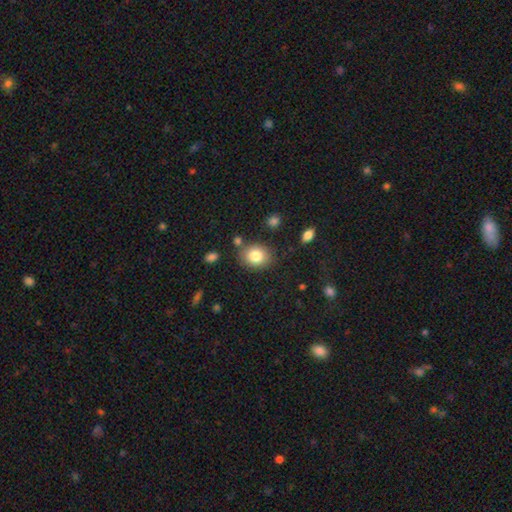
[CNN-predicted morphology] Smooth or featured?
  - smooth: 82% *
  - star or artifact: 9%
  - featured or disk: 9%
How rounded?
  - round: 55% *
  - in between: 45%
  - cigar-shaped: 1%
Merging?
  - none: 79% *
  - minor disturbance: 12%
  - merger: 6%
  - major disturbance: 4%